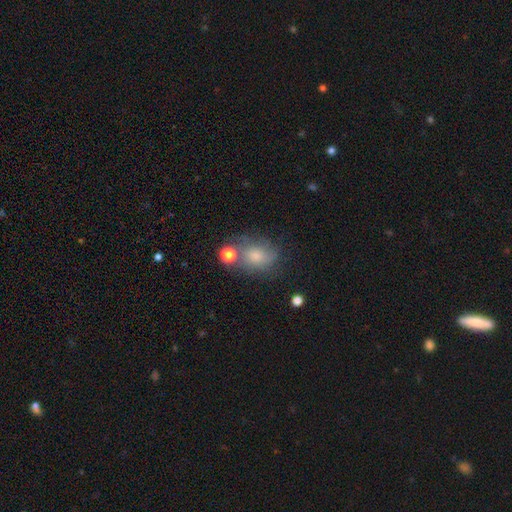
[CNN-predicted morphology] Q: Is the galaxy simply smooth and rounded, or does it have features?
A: smooth — 58%.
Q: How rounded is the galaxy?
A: in between — 55%.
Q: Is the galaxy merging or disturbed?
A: none — 55%.